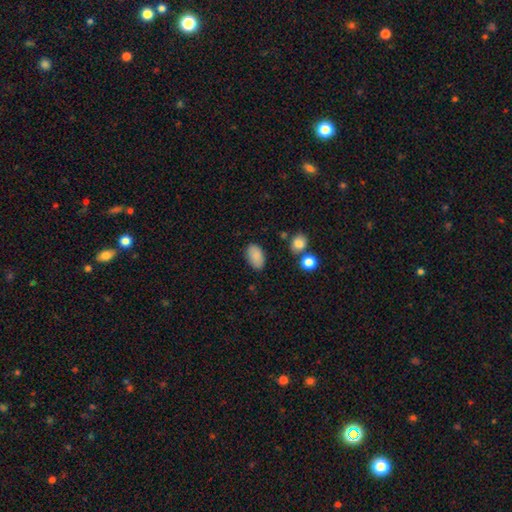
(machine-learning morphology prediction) Smooth or featured? Predicted: smooth (p=0.87). How rounded? Predicted: in between (p=0.92). Merging? Predicted: none (p=0.82).